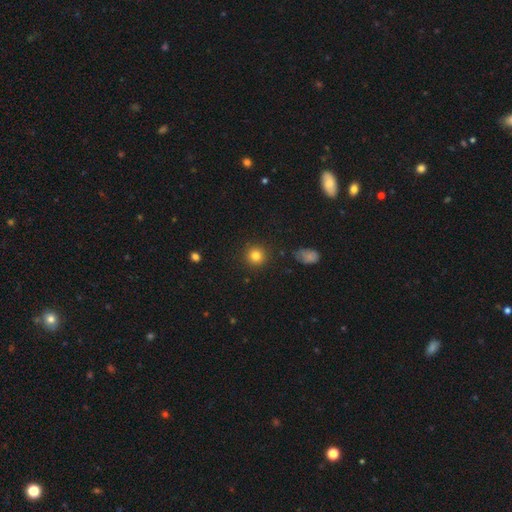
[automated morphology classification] Smooth or featured? smooth (82%)
How rounded? round (93%)
Merging? none (90%)